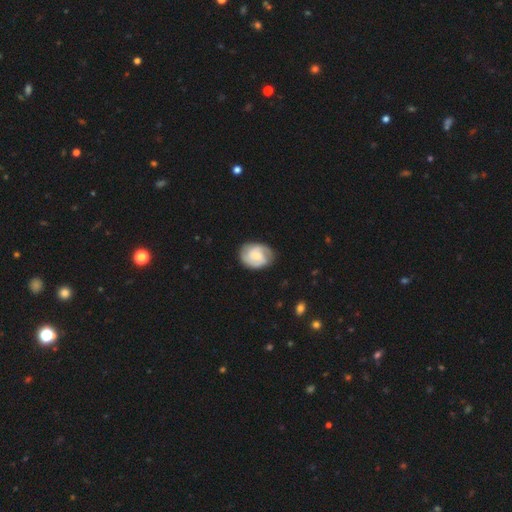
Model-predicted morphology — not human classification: featured or disk 59%, smooth 34%, star or artifact 6%. Down the decision tree: edge-on disk — no (98%); bar — no (58%); spiral arms — yes (90%); spiral arm count — 2 (54%); spiral winding — tight (48%); bulge size — small (41%); merging — none (72%).